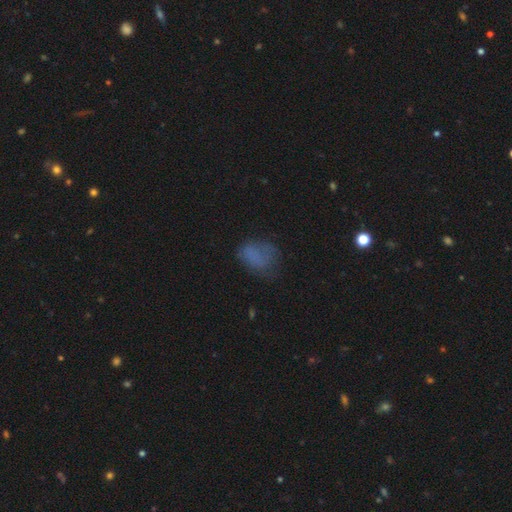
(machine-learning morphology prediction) smooth-or-featured: smooth: 67% | featured or disk: 16% | star or artifact: 16%
  how-rounded: in between: 72% | round: 26% | cigar-shaped: 2%
  merging: none: 45% | minor disturbance: 28% | major disturbance: 24% | merger: 3%